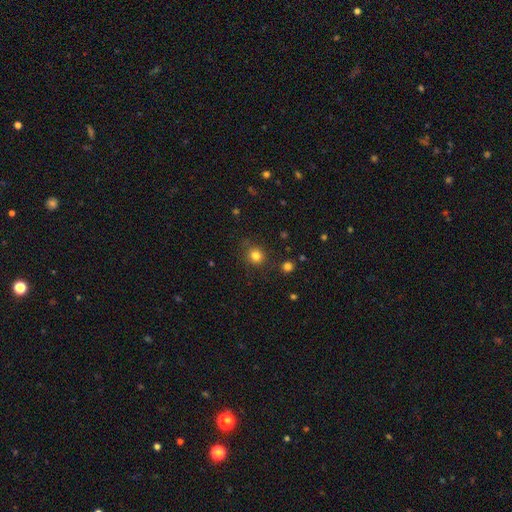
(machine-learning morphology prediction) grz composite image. It shows a smooth galaxy with no disk features (81%) that is round (87%). Merging: none (82%).